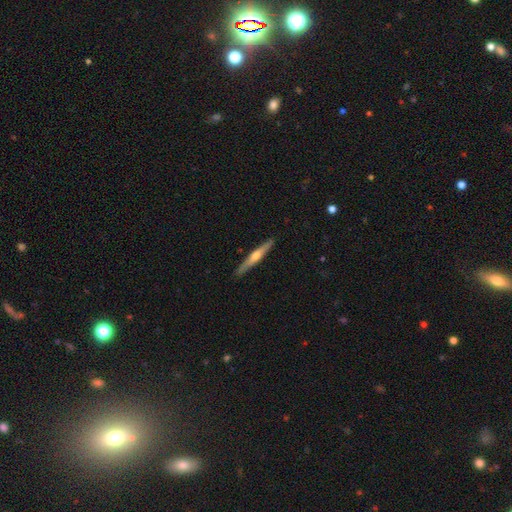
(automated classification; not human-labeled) Smooth or featured? featured or disk (60%)
Edge-on disk? yes (96%)
Edge-on bulge? rounded (84%)
Merging? none (90%)